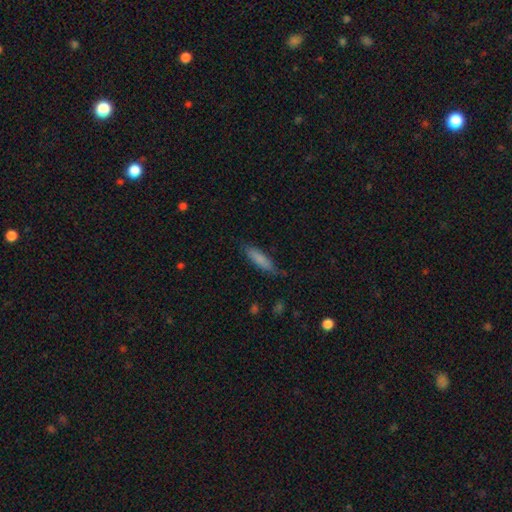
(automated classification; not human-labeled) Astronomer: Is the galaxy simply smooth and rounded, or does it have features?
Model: smooth — 74%.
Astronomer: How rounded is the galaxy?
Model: cigar-shaped — 73%.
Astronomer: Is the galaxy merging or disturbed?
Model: none — 75%.